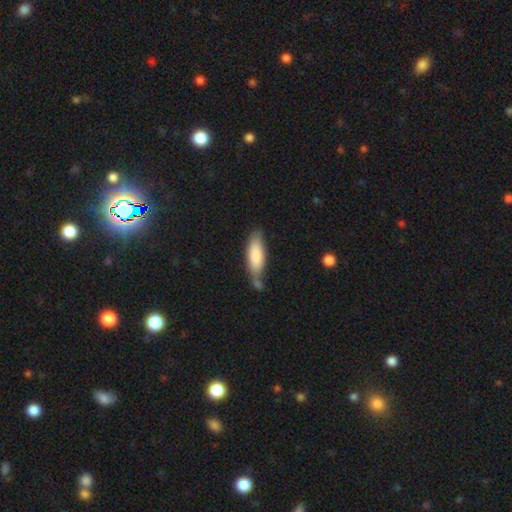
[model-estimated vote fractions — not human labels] Smooth or featured? smooth (82%)
How rounded? in between (61%)
Merging? none (56%)